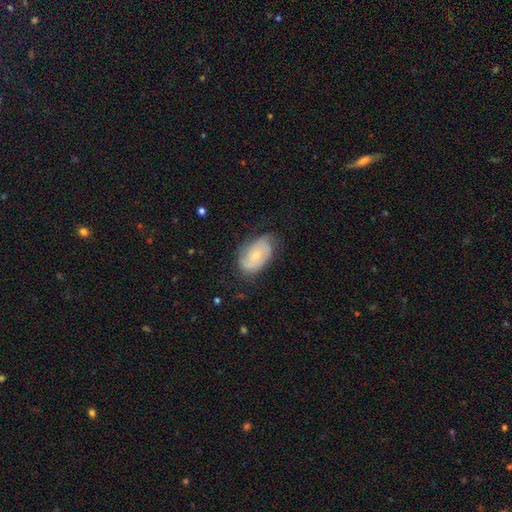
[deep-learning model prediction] A featured or disk galaxy (55%) with no bar (74%), spiral arms (83%) and a small central bulge (64%).

Vote fractions:
- Smooth or featured? featured or disk: 55% / smooth: 38% / star or artifact: 7%
- Edge-on disk? no: 96% / yes: 4%
- Bar? no: 74% / weak: 22% / strong: 4%
- Spiral arms? yes: 83% / no: 17%
- Bulge size? small: 64% / moderate: 31% / none: 3% / large: 2% / dominant: 1%
- Merging? none: 64% / minor disturbance: 26% / major disturbance: 9% / merger: 1%